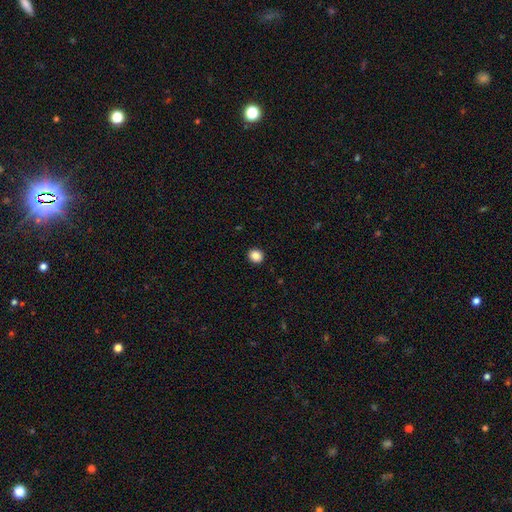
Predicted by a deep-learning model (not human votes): Smooth or featured: smooth — 87% (star or artifact — 10%)
How rounded: round — 82% (in between — 17%)
Merging: none — 93% (minor disturbance — 5%)